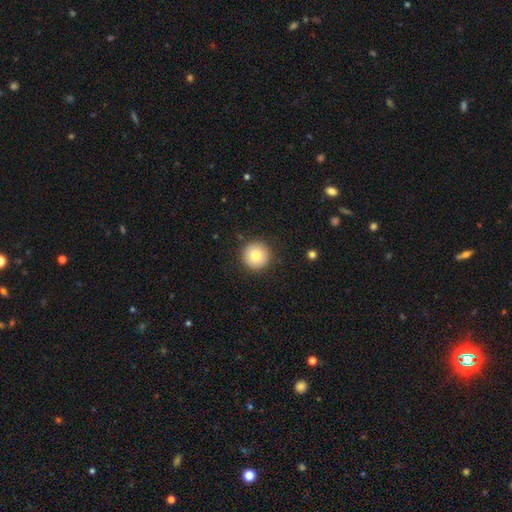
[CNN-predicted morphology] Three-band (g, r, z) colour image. It shows a smooth galaxy with no disk features (81%) that is round (96%). Merging: none (91%).